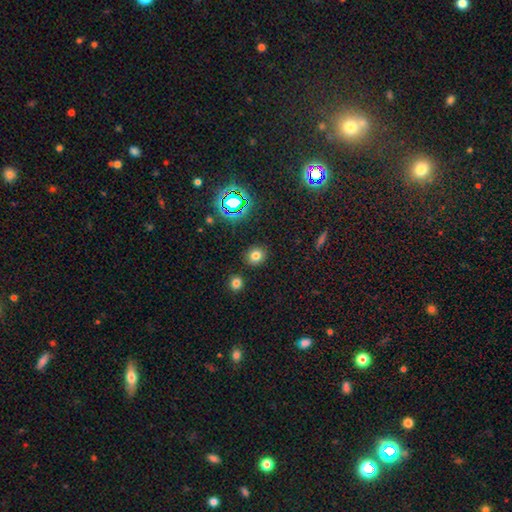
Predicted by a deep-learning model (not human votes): This appears to be a smooth galaxy with no disk features (74%) that is round (77%). Merging: none (88%).